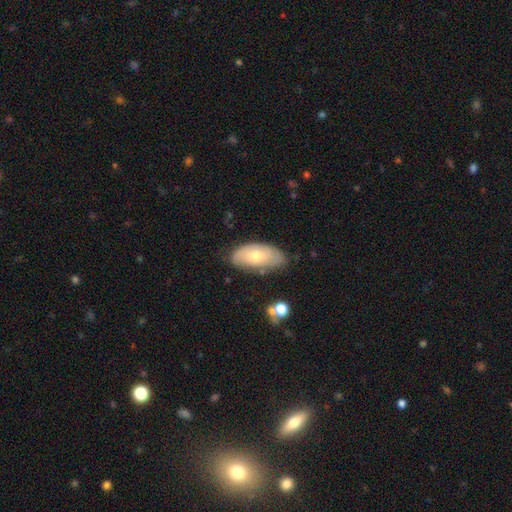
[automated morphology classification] A smooth galaxy with no disk features (56%) that is in between round and cigar-shaped (91%).

Vote fractions:
- Smooth or featured? smooth: 56% / featured or disk: 37% / star or artifact: 7%
- How rounded? in between: 91% / cigar-shaped: 6% / round: 3%
- Merging? none: 65% / minor disturbance: 26% / major disturbance: 6% / merger: 3%